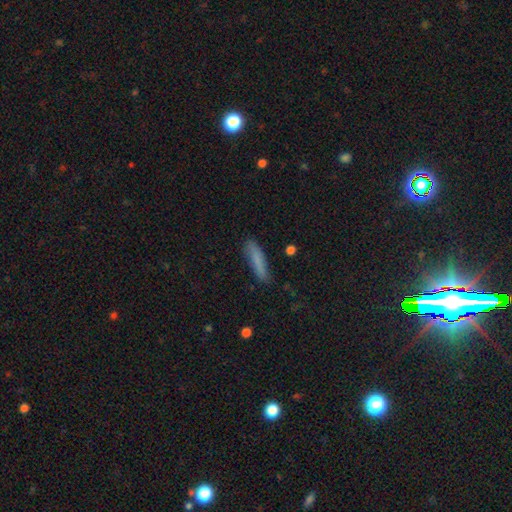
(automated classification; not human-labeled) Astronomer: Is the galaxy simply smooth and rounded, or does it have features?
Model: smooth — 80%.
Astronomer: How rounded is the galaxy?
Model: cigar-shaped — 85%.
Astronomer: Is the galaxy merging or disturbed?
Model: none — 83%.